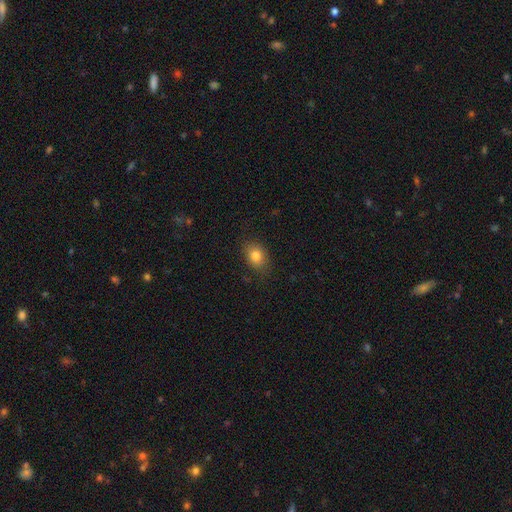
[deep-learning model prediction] A smooth galaxy with no disk features (81%) that is in between round and cigar-shaped (63%).

Vote fractions:
- Smooth or featured? smooth: 81% / star or artifact: 10% / featured or disk: 9%
- How rounded? in between: 63% / round: 36% / cigar-shaped: 1%
- Merging? none: 82% / minor disturbance: 14% / major disturbance: 3% / merger: 1%